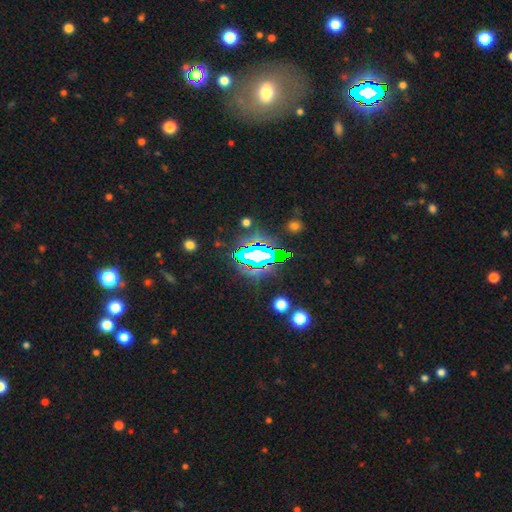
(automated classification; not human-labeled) smooth-or-featured: star or artifact: 66% | smooth: 18% | featured or disk: 16%